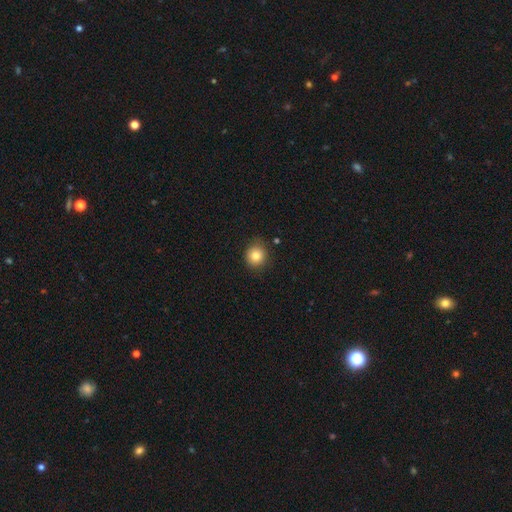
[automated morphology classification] smooth_or_featured: smooth (p=0.82) [alt: star or artifact p=0.11]
how_rounded: round (p=0.85) [alt: in between p=0.14]
merging: none (p=0.83) [alt: minor disturbance p=0.13]